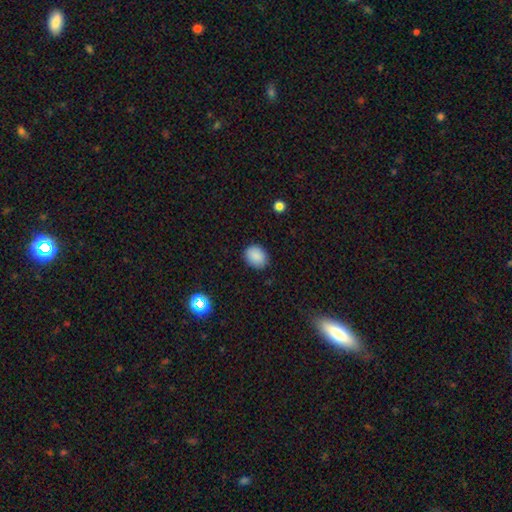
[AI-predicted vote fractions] smooth 88%, star or artifact 9%, featured or disk 4%. Down the decision tree: how rounded — in between (51%); merging — none (85%).